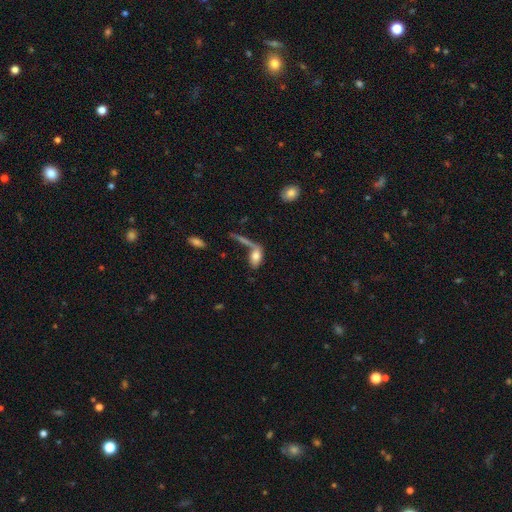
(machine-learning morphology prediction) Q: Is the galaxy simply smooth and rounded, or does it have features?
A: smooth — 71%.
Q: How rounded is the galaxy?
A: in between — 86%.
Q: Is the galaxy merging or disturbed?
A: none — 36%, tied with merger.